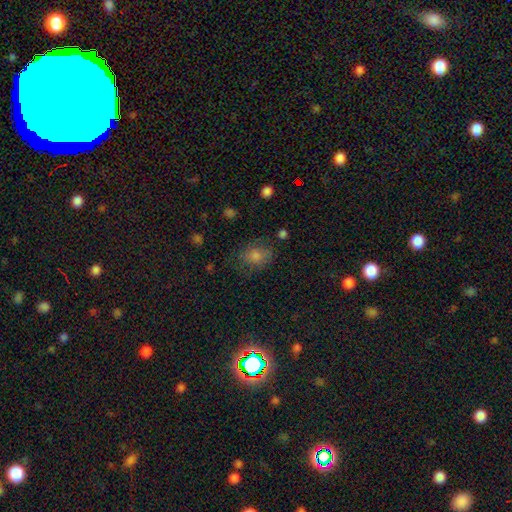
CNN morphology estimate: smooth-or-featured: smooth: 65% | star or artifact: 25% | featured or disk: 10%
  how-rounded: in between: 49% (tied) | round: 49% (tied) | cigar-shaped: 1%
  merging: none: 75% | minor disturbance: 17% | major disturbance: 6% | merger: 2%